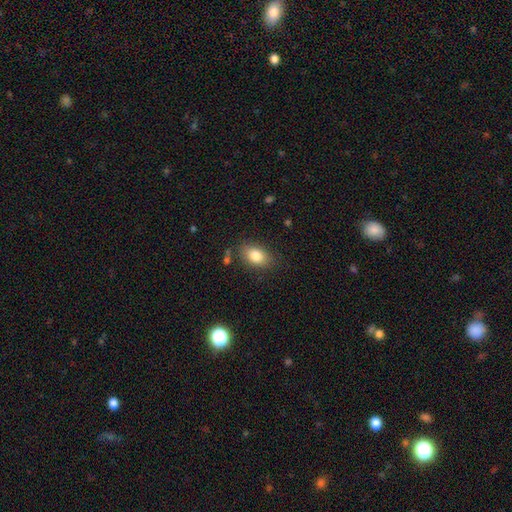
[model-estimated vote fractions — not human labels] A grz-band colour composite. It shows a smooth galaxy with no disk features (82%) that is in between round and cigar-shaped (87%). Merging: none (81%).